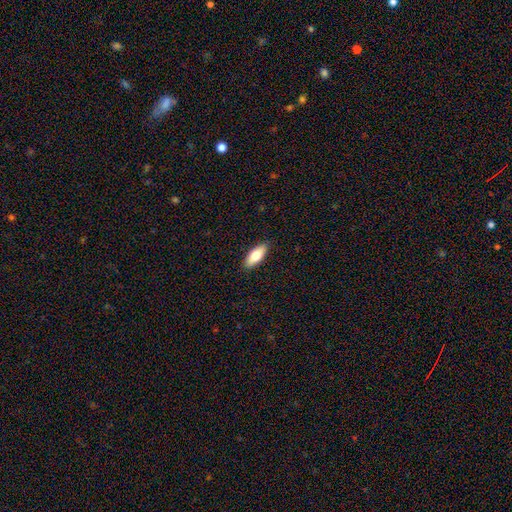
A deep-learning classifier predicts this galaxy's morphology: The model was most divided on "smooth or featured": smooth: 73%, featured or disk: 21%, star or artifact: 6%. More confident: merging — none (90%); how rounded — in between (76%).